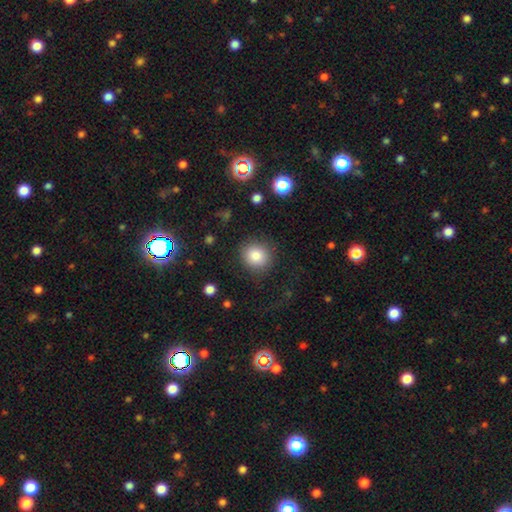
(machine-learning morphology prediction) Smooth or featured? Predicted: smooth (p=0.84). How rounded? Predicted: round (p=0.87). Merging? Predicted: none (p=0.85).